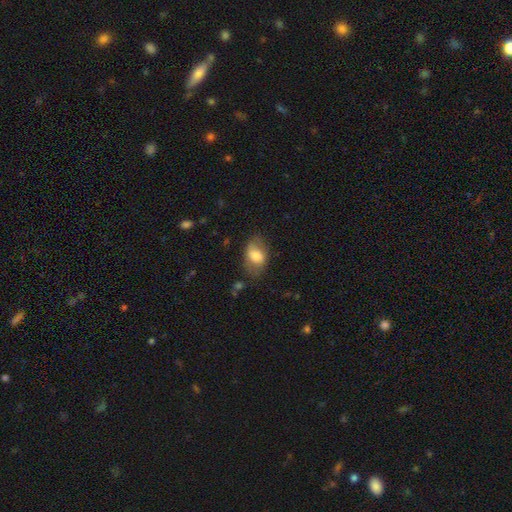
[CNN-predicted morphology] This is likely a smooth galaxy (71%). How rounded: clearly in between (84%). Merging: likely none (69%).